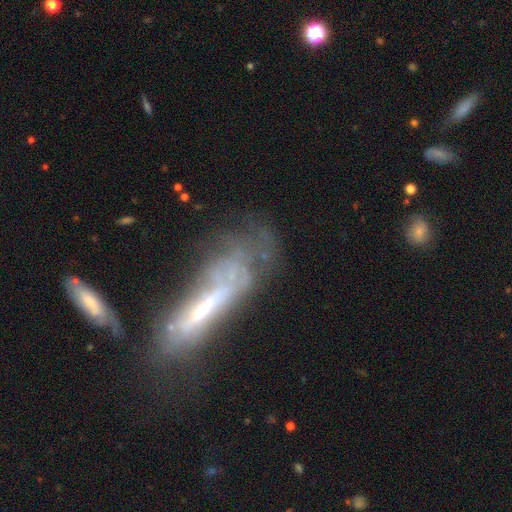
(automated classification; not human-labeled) The model was most divided on "merging": none: 38%, major disturbance: 28%, minor disturbance: 21%, merger: 13%. More confident: smooth or featured — featured or disk (62%); edge-on disk — no (56%).